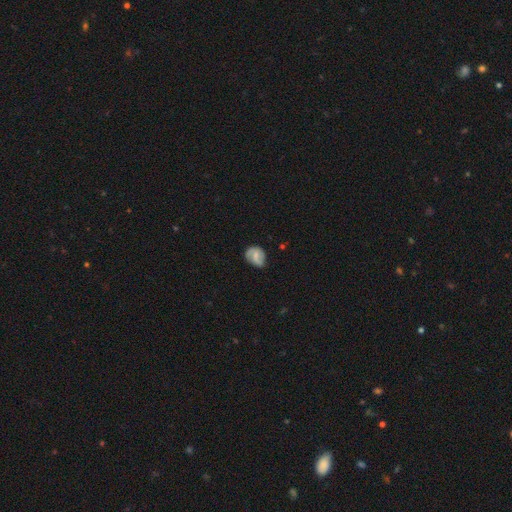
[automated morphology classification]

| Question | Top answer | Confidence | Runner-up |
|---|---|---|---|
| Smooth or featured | featured or disk | 54% | smooth (38%) |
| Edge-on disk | no | 97% | yes (3%) |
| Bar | weak | 46% | no (38%) |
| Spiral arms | yes | 84% | no (16%) |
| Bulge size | small | 49% | moderate (29%) |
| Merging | none | 65% | minor disturbance (25%) |